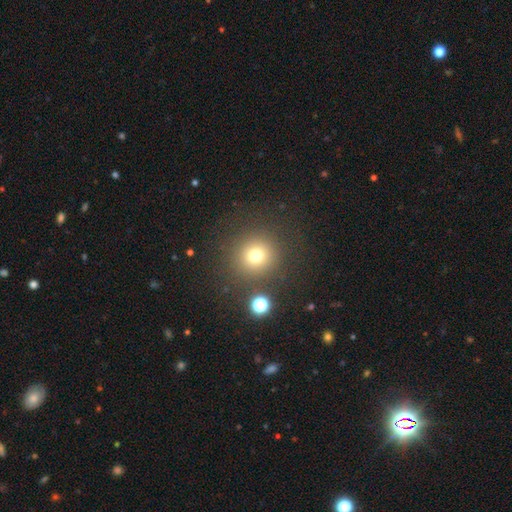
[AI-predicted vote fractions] smooth_or_featured: smooth (p=0.72) [alt: star or artifact p=0.19]
how_rounded: round (p=0.94) [alt: in between p=0.05]
merging: none (p=0.86) [alt: minor disturbance p=0.06]